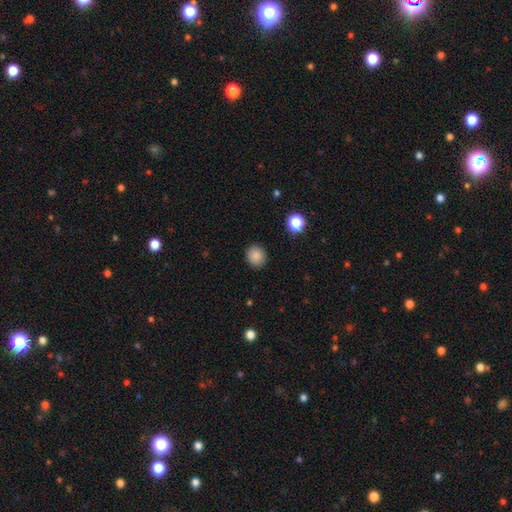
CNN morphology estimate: smooth-or-featured: smooth: 86% | star or artifact: 10% | featured or disk: 4%
  how-rounded: round: 83% | in between: 16% | cigar-shaped: 1%
  merging: none: 90% | minor disturbance: 6% | major disturbance: 2% | merger: 1%